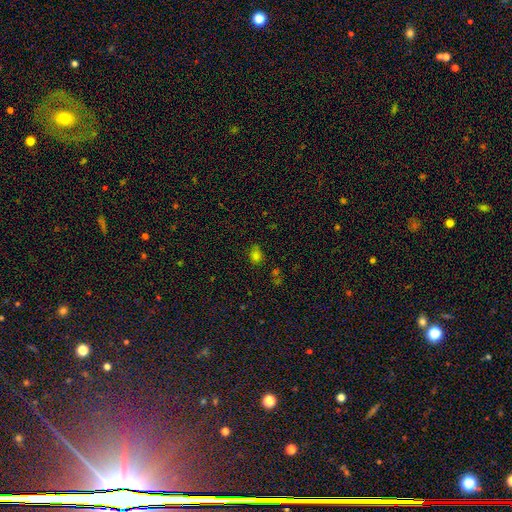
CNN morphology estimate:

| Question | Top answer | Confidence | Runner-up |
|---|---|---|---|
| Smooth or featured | smooth | 73% | star or artifact (22%) |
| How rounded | round | 58% | in between (41%) |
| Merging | none | 70% | minor disturbance (19%) |